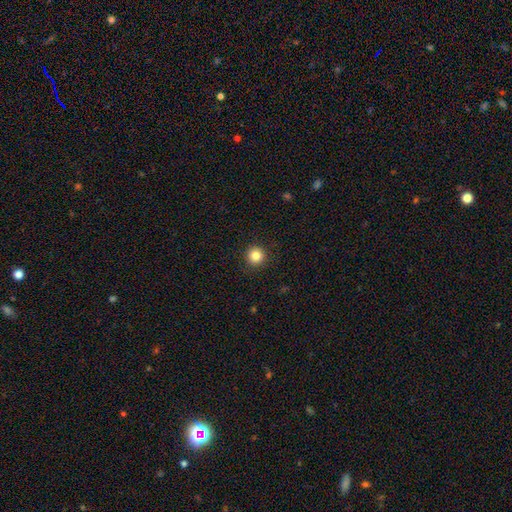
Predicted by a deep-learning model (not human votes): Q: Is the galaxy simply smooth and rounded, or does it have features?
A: smooth — 85%.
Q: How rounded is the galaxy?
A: round — 95%.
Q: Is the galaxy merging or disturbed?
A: none — 92%.